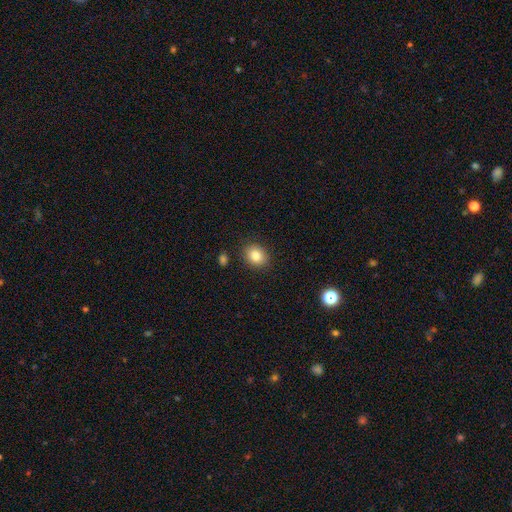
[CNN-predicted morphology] smooth_or_featured: smooth (p=0.84) [alt: star or artifact p=0.09]
how_rounded: round (p=0.51) [alt: in between p=0.48]
merging: none (p=0.88) [alt: minor disturbance p=0.08]